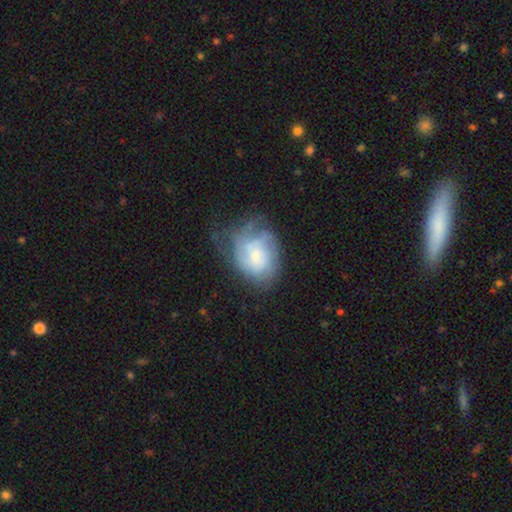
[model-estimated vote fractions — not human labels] A featured or disk galaxy (63%) with no bar (66%), spiral arms (77%) and a small central bulge (51%). Merging: none (44%).